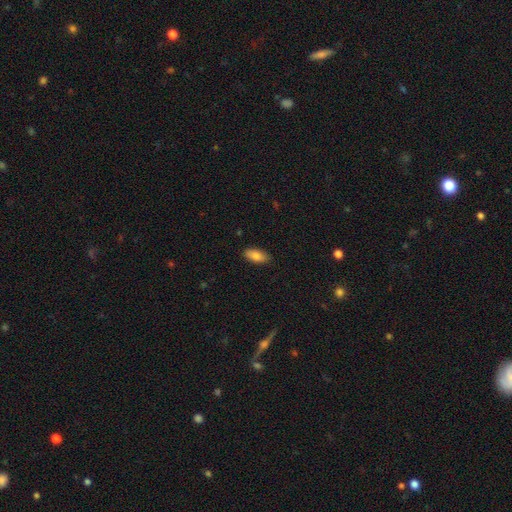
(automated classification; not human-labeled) Overall: smooth (82%). How rounded: in between (89%). Merging: none (88%).